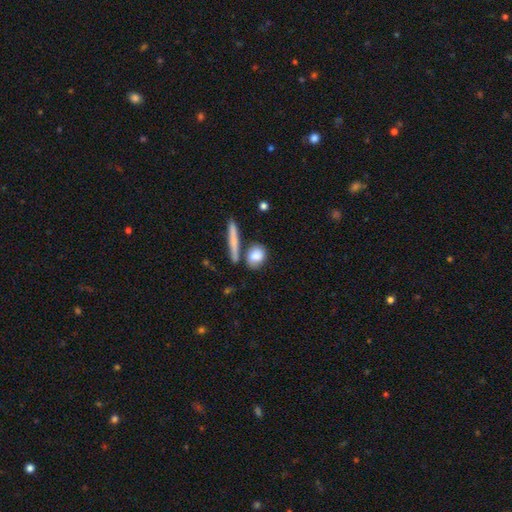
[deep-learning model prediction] Q: Smooth or featured?
A: smooth (80%); runner-up: featured or disk (14%)
Q: How rounded?
A: round (42%); runner-up: in between (40%)
Q: Merging?
A: none (63%); runner-up: merger (16%)